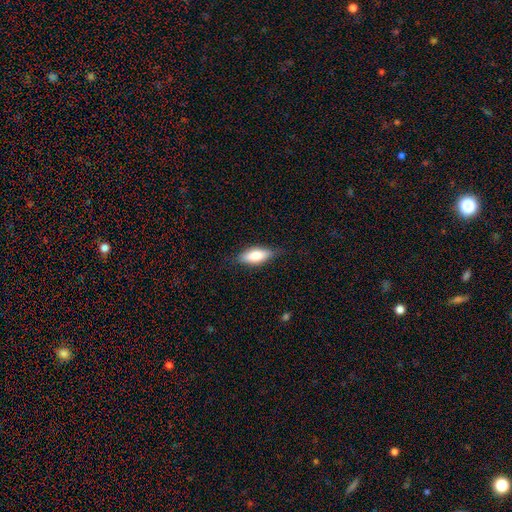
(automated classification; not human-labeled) Overall: smooth (77%). How rounded: in between (75%). Merging: none (79%).